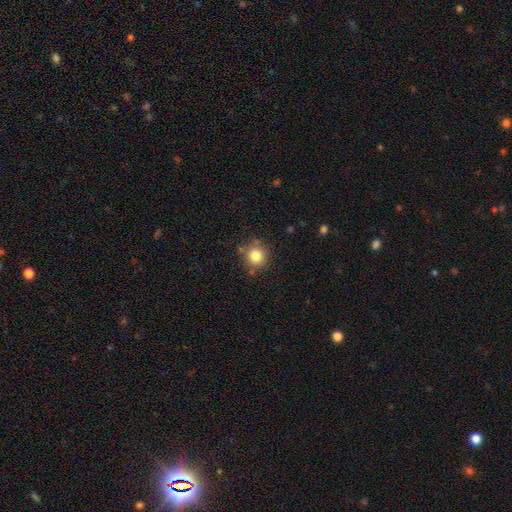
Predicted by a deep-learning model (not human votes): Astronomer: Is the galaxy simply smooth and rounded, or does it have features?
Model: smooth — 82%.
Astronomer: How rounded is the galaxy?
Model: round — 92%.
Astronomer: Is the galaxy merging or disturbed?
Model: none — 81%.